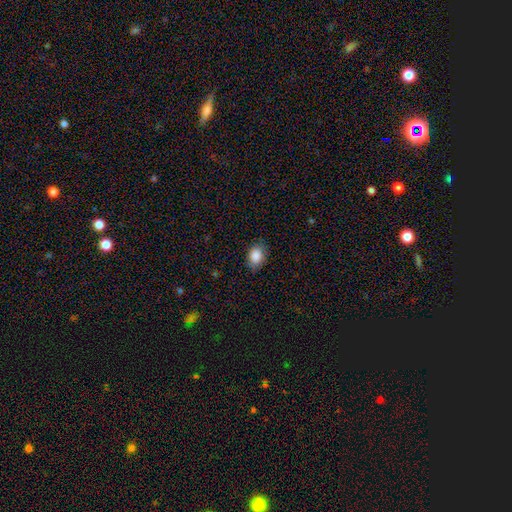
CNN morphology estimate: Smooth or featured? smooth (88%)
How rounded? in between (77%)
Merging? none (81%)